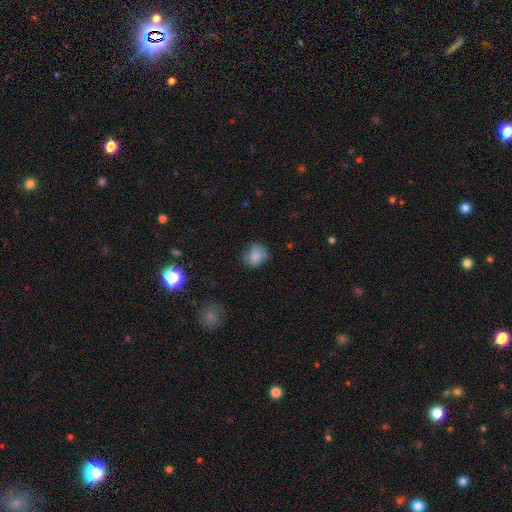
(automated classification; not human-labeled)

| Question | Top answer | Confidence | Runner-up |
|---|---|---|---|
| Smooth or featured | smooth | 78% | featured or disk (12%) |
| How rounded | round | 71% | in between (28%) |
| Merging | none | 61% | minor disturbance (27%) |